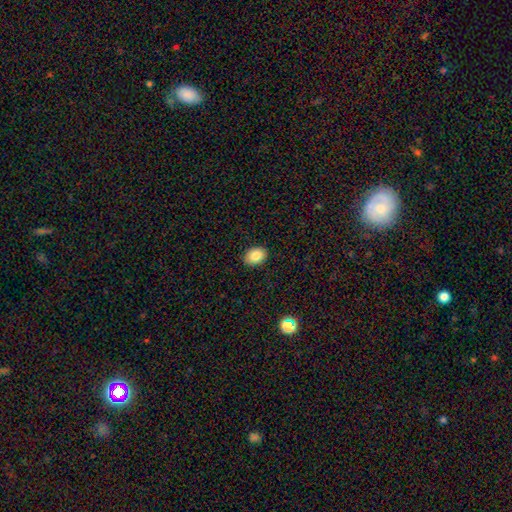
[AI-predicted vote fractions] Overall: smooth (84%). How rounded: in between (73%). Merging: none (90%).